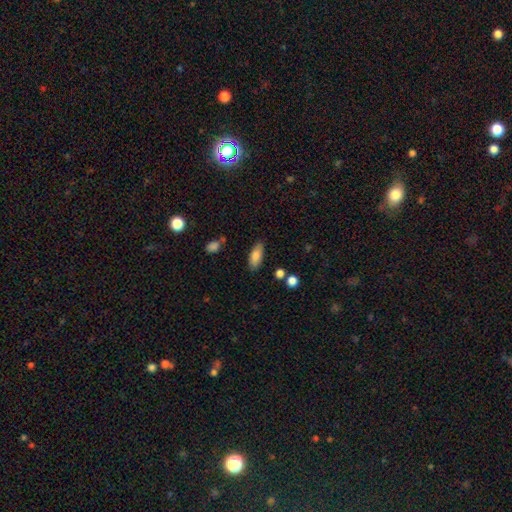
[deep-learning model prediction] A smooth galaxy with no disk features (82%) that is in between round and cigar-shaped (79%). Merging: none (82%).